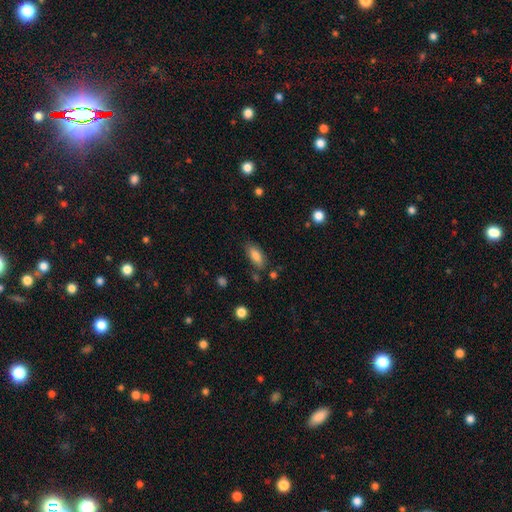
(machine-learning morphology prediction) Q: Smooth or featured?
A: smooth (81%); runner-up: featured or disk (11%)
Q: How rounded?
A: in between (81%); runner-up: cigar-shaped (17%)
Q: Merging?
A: none (79%); runner-up: minor disturbance (14%)